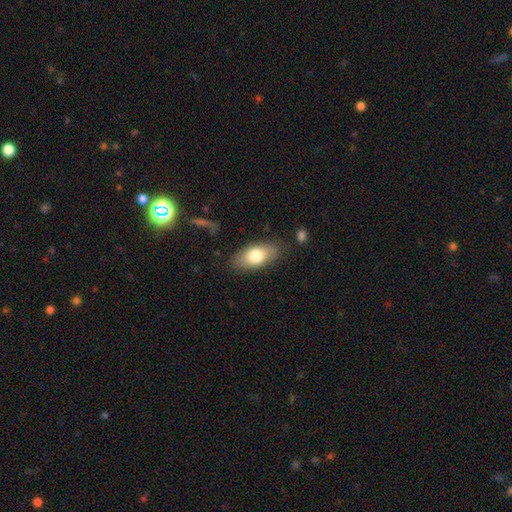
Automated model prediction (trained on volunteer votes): Smooth or featured?
  - smooth: 76% *
  - featured or disk: 18%
  - star or artifact: 7%
How rounded?
  - in between: 88% *
  - cigar-shaped: 8%
  - round: 4%
Merging?
  - none: 79% *
  - minor disturbance: 15%
  - major disturbance: 4%
  - merger: 2%